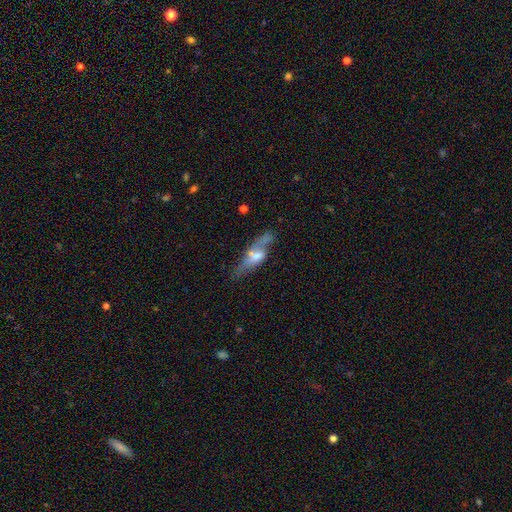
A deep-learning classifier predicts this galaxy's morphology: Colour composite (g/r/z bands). It shows a featured or disk galaxy (51%) viewed edge-on (52%). Merging: none (51%).